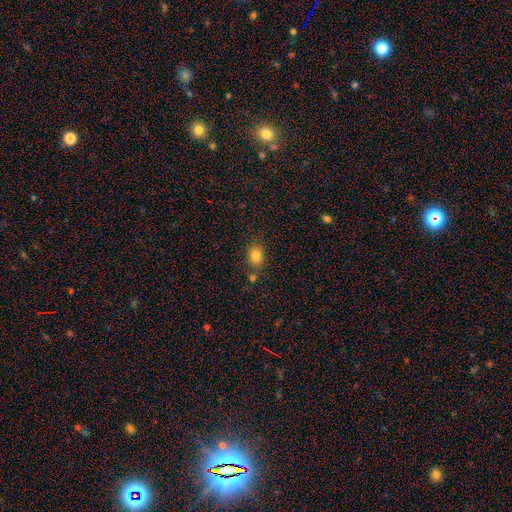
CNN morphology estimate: A smooth galaxy with no disk features (83%) that is in between round and cigar-shaped (62%). Merging: none (72%).